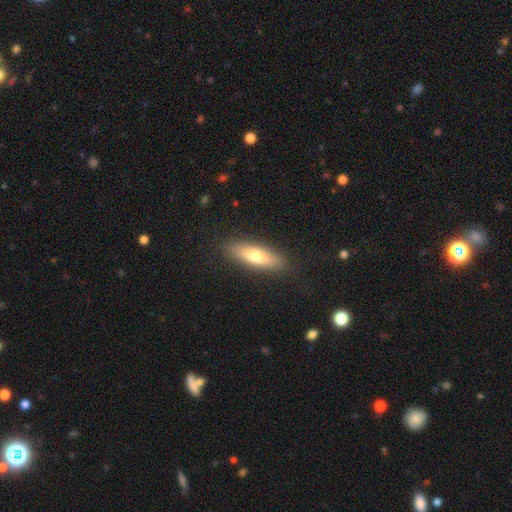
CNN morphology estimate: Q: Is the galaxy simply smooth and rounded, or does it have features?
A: smooth — 68%.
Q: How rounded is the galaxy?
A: in between — 49%, tied with cigar-shaped.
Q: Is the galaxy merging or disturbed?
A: none — 88%.